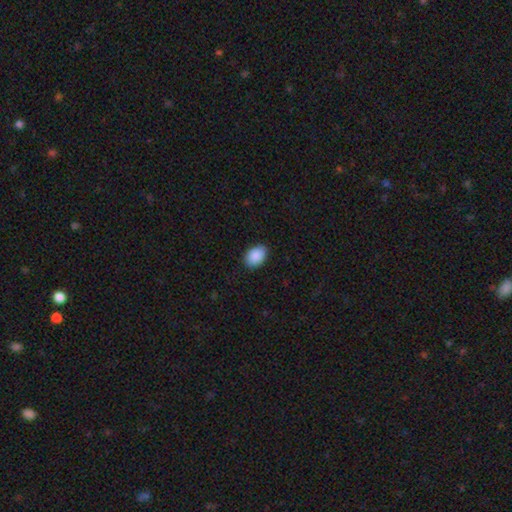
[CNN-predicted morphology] smooth 90%, star or artifact 7%, featured or disk 4%. Down the decision tree: how rounded — in between (83%); merging — none (86%).